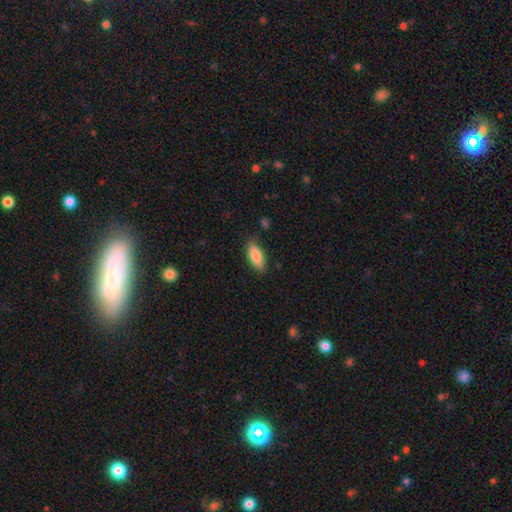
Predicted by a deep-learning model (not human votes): Q: Smooth or featured?
A: smooth (83%); runner-up: featured or disk (11%)
Q: How rounded?
A: in between (80%); runner-up: cigar-shaped (17%)
Q: Merging?
A: none (80%); runner-up: minor disturbance (15%)